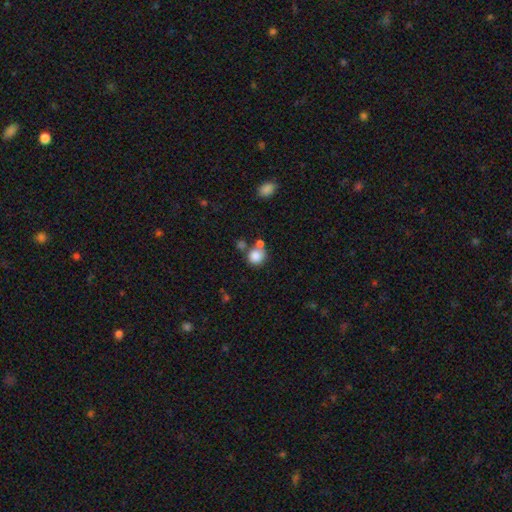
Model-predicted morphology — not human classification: This appears to be a smooth galaxy with no disk features (83%) that is round (88%). Merging: none (59%).